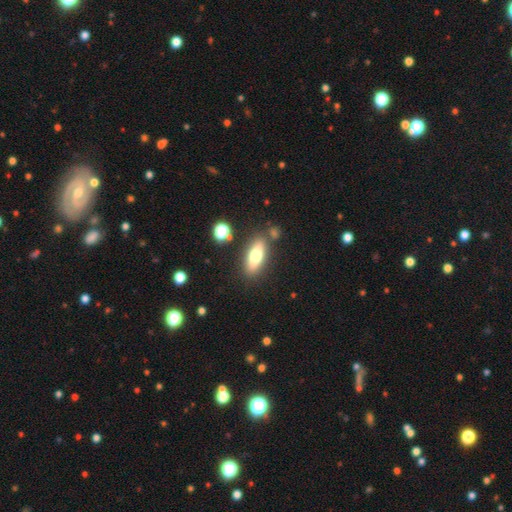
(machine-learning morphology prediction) This is likely a smooth galaxy (65%). How rounded: likely in between (60%). Merging: likely none (80%).